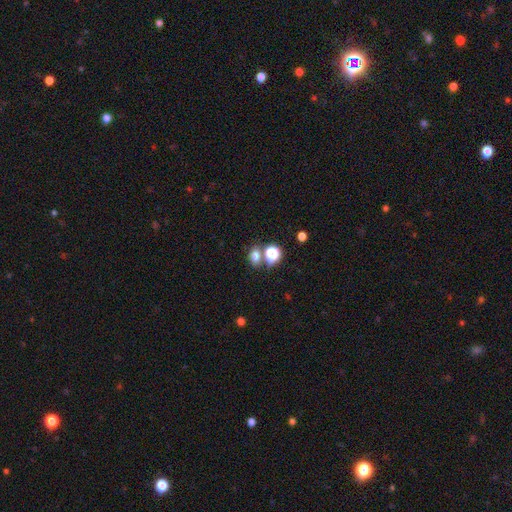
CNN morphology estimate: smooth 72%, star or artifact 20%, featured or disk 8%. Down the decision tree: how rounded — in between (61%); merging — none (63%).